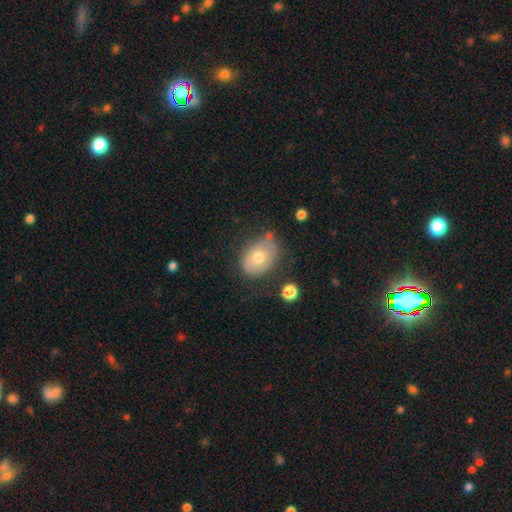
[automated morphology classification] The model was most divided on "smooth or featured": smooth: 42%, featured or disk: 37%, star or artifact: 21%. More confident: merging — none (64%).